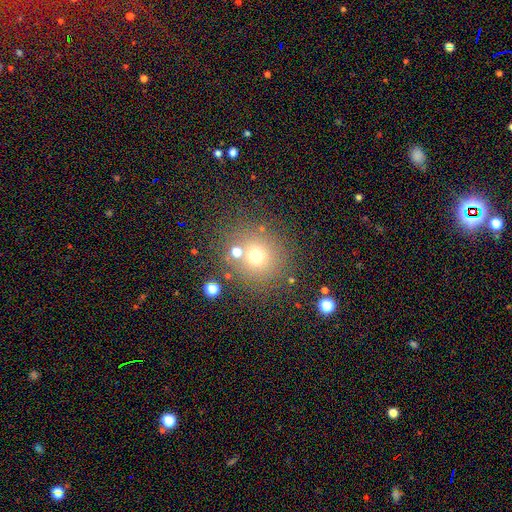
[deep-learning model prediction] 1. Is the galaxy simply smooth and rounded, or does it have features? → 66% smooth, 21% star or artifact, 13% featured or disk.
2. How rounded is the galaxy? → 89% round, 10% in between, 1% cigar-shaped.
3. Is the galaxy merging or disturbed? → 74% none, 12% merger, 9% minor disturbance, 5% major disturbance.